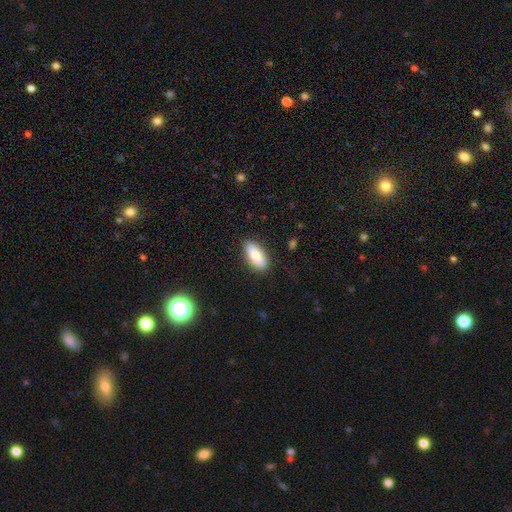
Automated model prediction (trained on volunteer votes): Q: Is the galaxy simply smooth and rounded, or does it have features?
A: smooth — 82%.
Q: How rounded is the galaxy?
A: in between — 85%.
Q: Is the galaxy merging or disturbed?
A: none — 86%.